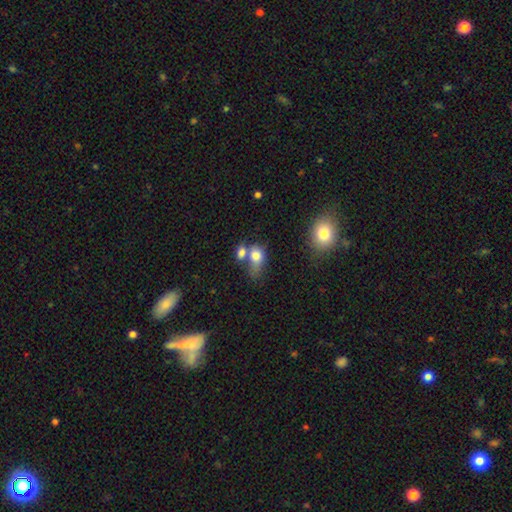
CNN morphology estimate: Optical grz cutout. It shows a smooth galaxy with no disk features (77%) that is in between round and cigar-shaped (67%). Merging: merger (52%).